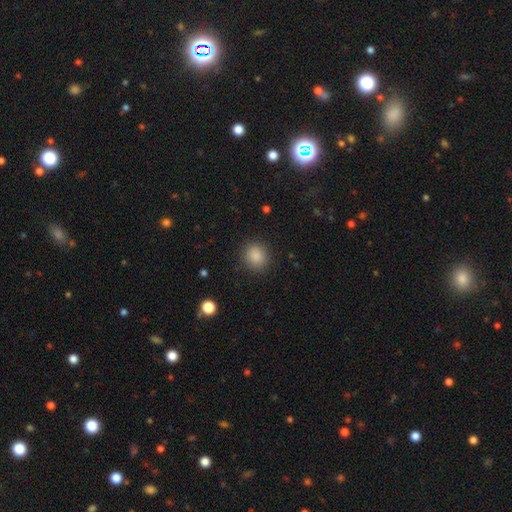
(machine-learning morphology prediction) A smooth galaxy with no disk features (86%) that is round (80%).

Vote fractions:
- Smooth or featured? smooth: 86% / star or artifact: 10% / featured or disk: 4%
- How rounded? round: 80% / in between: 19% / cigar-shaped: 1%
- Merging? none: 88% / minor disturbance: 8% / major disturbance: 3% / merger: 1%